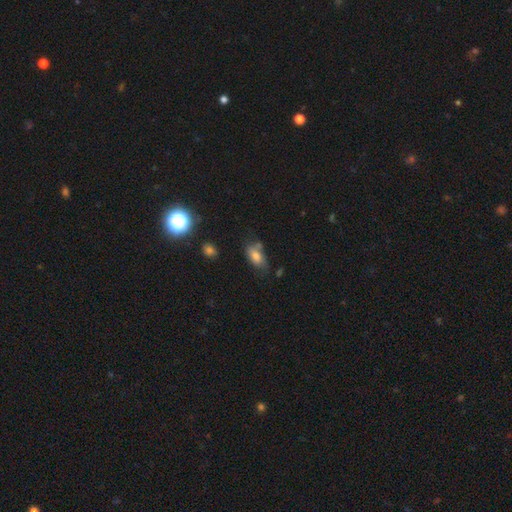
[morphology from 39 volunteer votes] smooth-or-featured: smooth: 74% | featured or disk: 18% | star or artifact: 8%
  how-rounded: in between: 93% | round: 7% | cigar-shaped: 0%
  merging: none: 42% | minor disturbance: 22% | merger: 22% | major disturbance: 14%